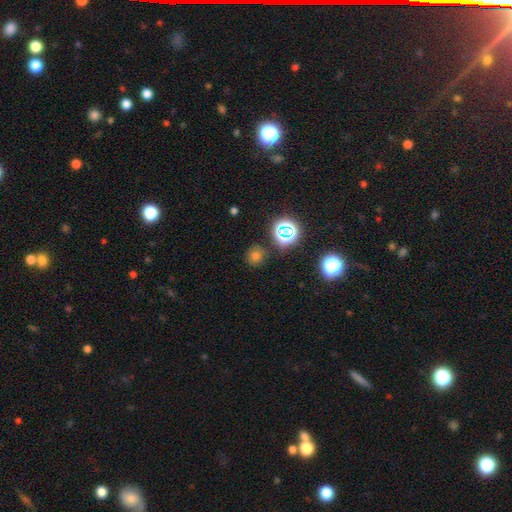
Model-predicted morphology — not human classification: Smooth or featured? Predicted: smooth (p=0.63). How rounded? Predicted: round (p=0.89). Merging? Predicted: none (p=0.85).